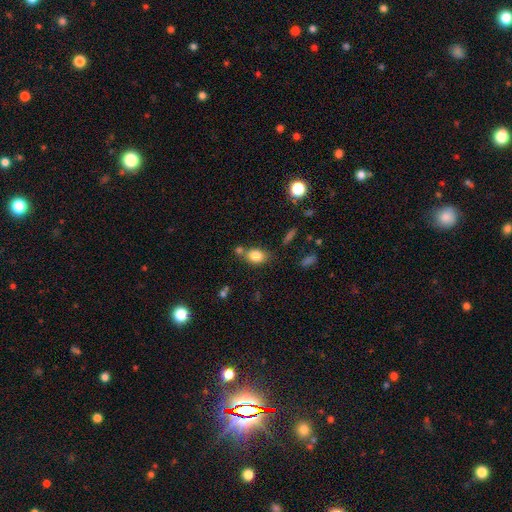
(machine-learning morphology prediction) smooth-or-featured: smooth: 82% | star or artifact: 10% | featured or disk: 8%
  how-rounded: in between: 71% | round: 27% | cigar-shaped: 2%
  merging: none: 62% | merger: 18% | minor disturbance: 15% | major disturbance: 5%